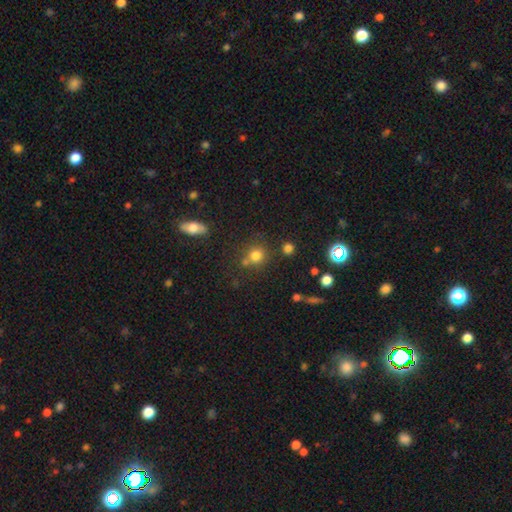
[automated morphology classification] smooth-or-featured: smooth: 77% | star or artifact: 15% | featured or disk: 8%
  how-rounded: round: 82% | in between: 16% | cigar-shaped: 1%
  merging: none: 63% | merger: 19% | minor disturbance: 13% | major disturbance: 5%